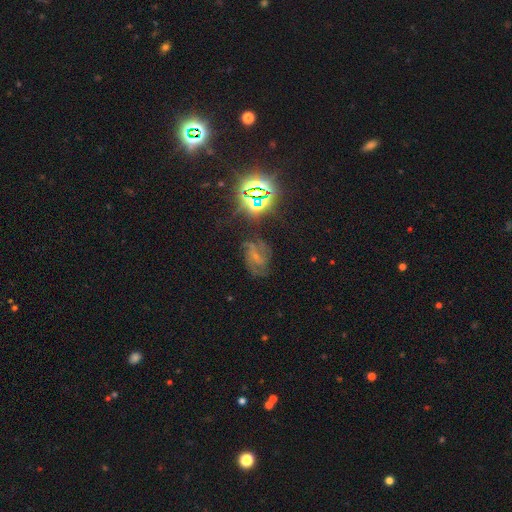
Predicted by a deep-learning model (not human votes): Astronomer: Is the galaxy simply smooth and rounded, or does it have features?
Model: featured or disk — 56%.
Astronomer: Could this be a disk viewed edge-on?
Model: no — 96%.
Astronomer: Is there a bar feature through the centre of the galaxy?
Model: weak — 44% (runner-up: no, 35%).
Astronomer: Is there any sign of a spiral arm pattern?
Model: yes — 88%.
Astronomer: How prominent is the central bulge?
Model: small — 59%.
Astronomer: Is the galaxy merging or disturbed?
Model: none — 58%.